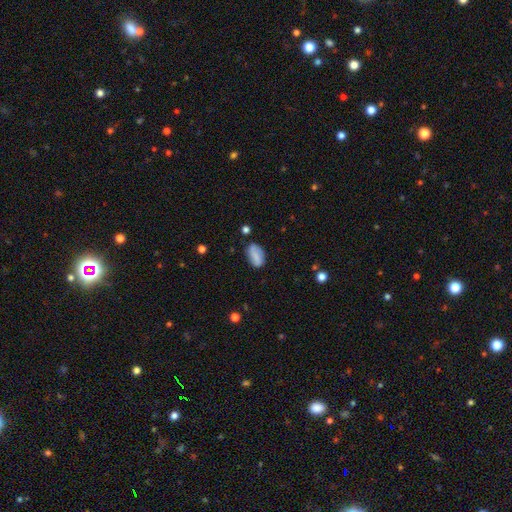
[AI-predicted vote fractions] smooth-or-featured: smooth: 74% | featured or disk: 18% | star or artifact: 8%
  how-rounded: in between: 90% | round: 6% | cigar-shaped: 4%
  merging: none: 72% | minor disturbance: 19% | major disturbance: 5% | merger: 3%